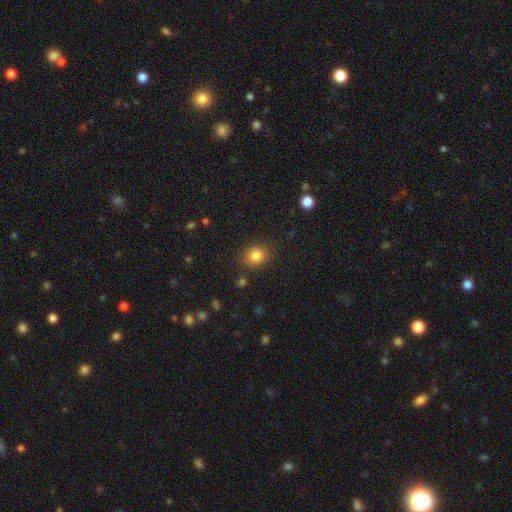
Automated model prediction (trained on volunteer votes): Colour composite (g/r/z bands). It shows a smooth galaxy with no disk features (83%) that is round (74%). Merging: none (85%).